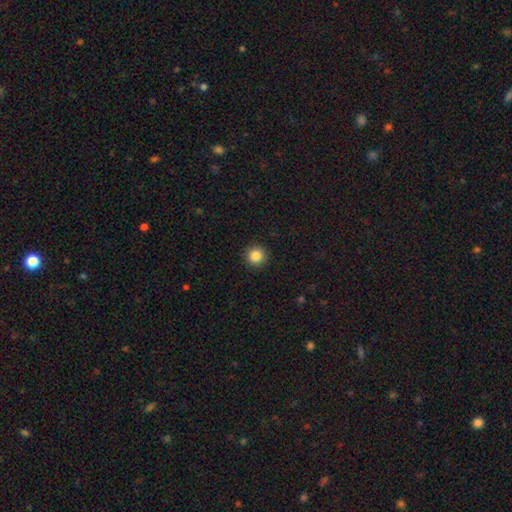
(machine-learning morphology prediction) The model was most divided on "smooth or featured": smooth: 85%, star or artifact: 10%, featured or disk: 4%. More confident: how rounded — round (96%); merging — none (93%).